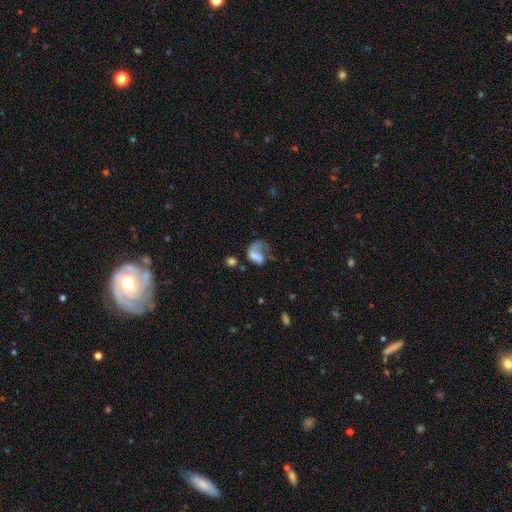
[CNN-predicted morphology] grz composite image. It shows a smooth galaxy with no disk features (45%). Merging: major disturbance (55%).